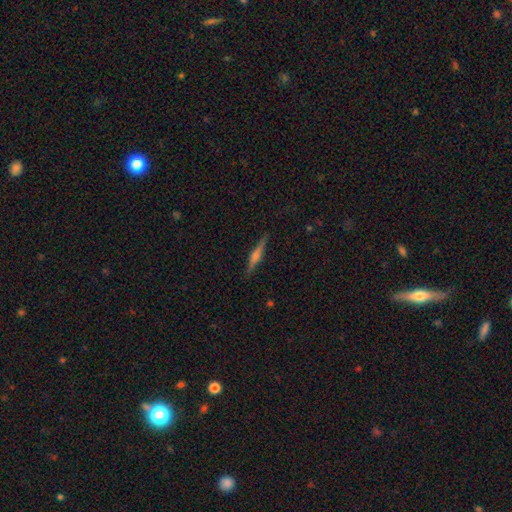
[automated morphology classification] Smooth or featured? Predicted: featured or disk (p=0.68). Edge-on disk? Predicted: yes (p=0.98). Edge-on bulge? Predicted: rounded (p=0.75). Merging? Predicted: none (p=0.90).